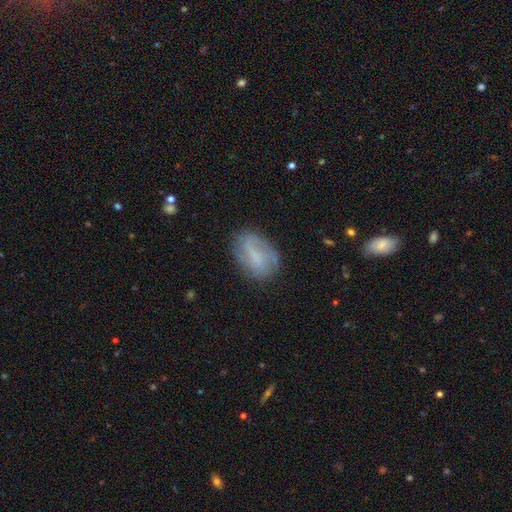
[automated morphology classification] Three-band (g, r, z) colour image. It shows a smooth galaxy with no disk features (46%). Merging: none (68%).